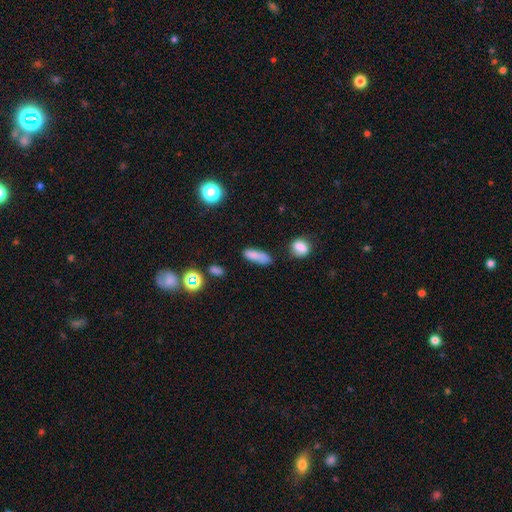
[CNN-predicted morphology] This is likely a smooth galaxy (80%). How rounded: possibly in between (53%). Merging: likely none (62%).